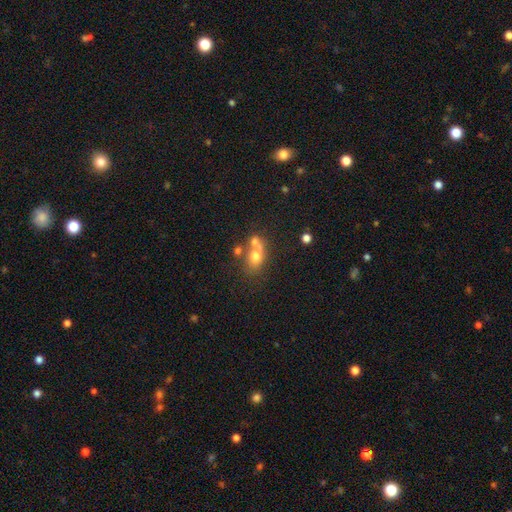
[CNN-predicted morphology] A smooth galaxy with no disk features (66%) that is in between round and cigar-shaped (55%). Merging: merger (49%).